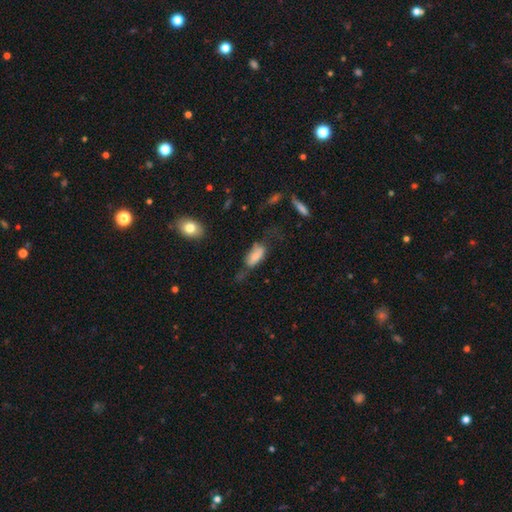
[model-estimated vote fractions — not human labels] Smooth or featured: smooth — 69% (featured or disk — 22%)
How rounded: in between — 82% (cigar-shaped — 15%)
Merging: none — 33% (major disturbance — 31%)